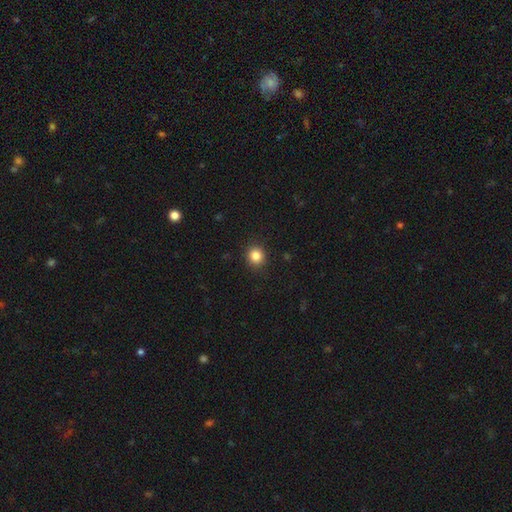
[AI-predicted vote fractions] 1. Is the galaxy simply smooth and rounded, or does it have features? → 84% smooth, 11% star or artifact, 4% featured or disk.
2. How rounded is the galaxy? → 87% round, 12% in between, 1% cigar-shaped.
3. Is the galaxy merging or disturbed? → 91% none, 6% minor disturbance, 2% major disturbance, 1% merger.